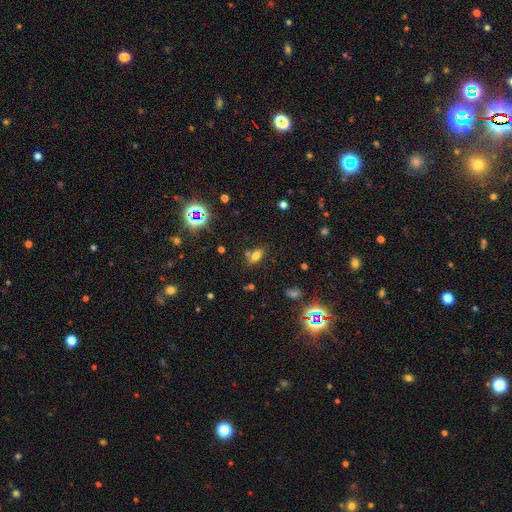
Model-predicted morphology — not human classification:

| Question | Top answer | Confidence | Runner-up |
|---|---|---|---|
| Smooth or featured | smooth | 66% | star or artifact (19%) |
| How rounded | in between | 83% | round (9%) |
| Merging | none | 67% | merger (15%) |